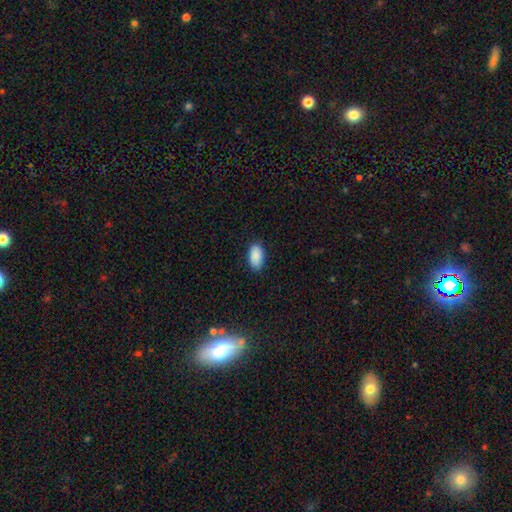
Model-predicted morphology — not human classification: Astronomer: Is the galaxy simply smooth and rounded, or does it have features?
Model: smooth — 90%.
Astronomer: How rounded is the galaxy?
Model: in between — 95%.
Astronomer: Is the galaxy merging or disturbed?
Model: none — 86%.